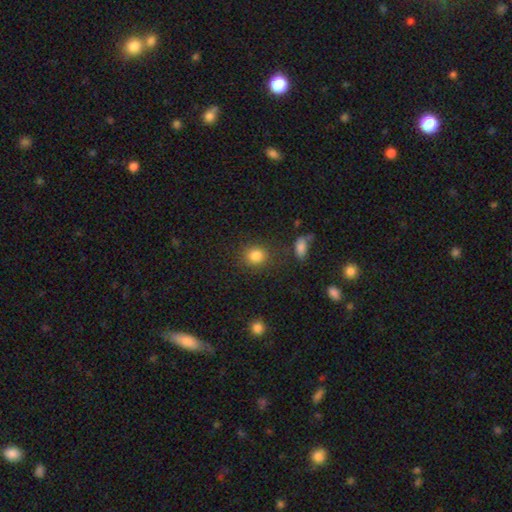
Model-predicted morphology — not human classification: Smooth or featured?
  - smooth: 84% *
  - star or artifact: 11%
  - featured or disk: 5%
How rounded?
  - round: 79% *
  - in between: 20%
  - cigar-shaped: 1%
Merging?
  - none: 81% *
  - minor disturbance: 10%
  - major disturbance: 4%
  - merger: 4%